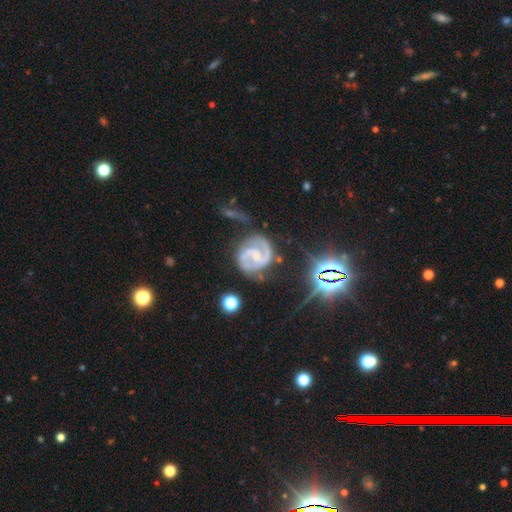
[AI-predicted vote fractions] A featured or disk galaxy (87%) with a weak bar (46%), 2 (90%) medium (52%) spiral arms (97%) and a small central bulge (53%). Merging: none (67%).